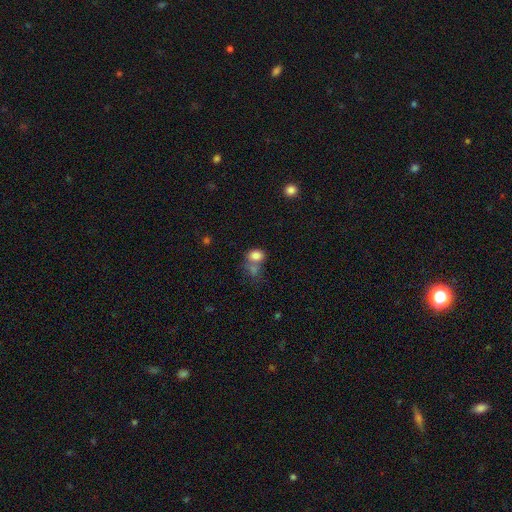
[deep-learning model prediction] This is clearly a smooth galaxy (81%). How rounded: likely in between (65%). Merging: marginally merger (40%).